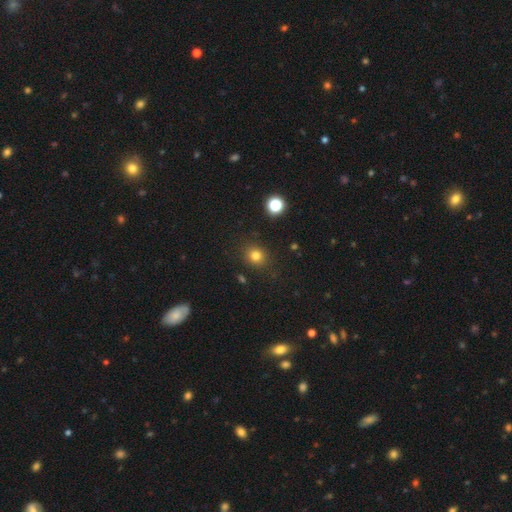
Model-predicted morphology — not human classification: A smooth galaxy with no disk features (80%) that is round (80%).

Vote fractions:
- Smooth or featured? smooth: 80% / star or artifact: 14% / featured or disk: 6%
- How rounded? round: 80% / in between: 19% / cigar-shaped: 1%
- Merging? none: 86% / minor disturbance: 9% / major disturbance: 3% / merger: 2%